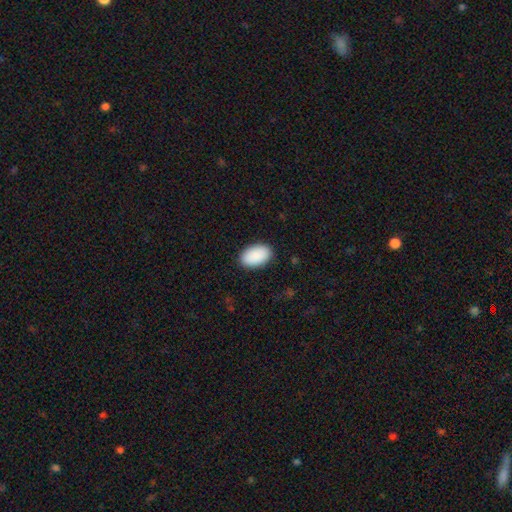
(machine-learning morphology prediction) smooth-or-featured: smooth: 91% | star or artifact: 6% | featured or disk: 3%
  how-rounded: in between: 95% | round: 4% | cigar-shaped: 1%
  merging: none: 89% | minor disturbance: 8% | major disturbance: 2% | merger: 1%